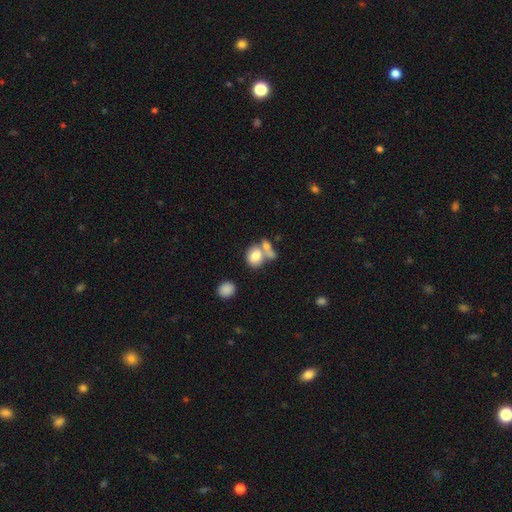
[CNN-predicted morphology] Smooth or featured?
  - smooth: 78% *
  - featured or disk: 14%
  - star or artifact: 9%
How rounded?
  - in between: 59% *
  - round: 39%
  - cigar-shaped: 2%
Merging?
  - merger: 52% *
  - none: 33%
  - minor disturbance: 10%
  - major disturbance: 6%